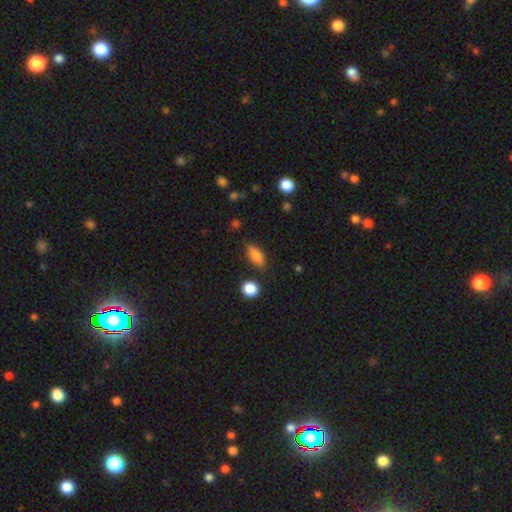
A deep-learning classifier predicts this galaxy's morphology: A smooth galaxy with no disk features (84%) that is in between round and cigar-shaped (83%).

Vote fractions:
- Smooth or featured? smooth: 84% / featured or disk: 9% / star or artifact: 8%
- How rounded? in between: 83% / cigar-shaped: 12% / round: 5%
- Merging? none: 82% / minor disturbance: 13% / major disturbance: 3% / merger: 3%